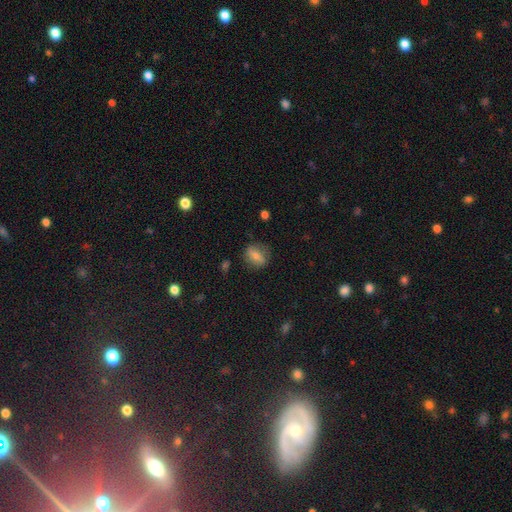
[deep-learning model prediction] smooth 66%, featured or disk 25%, star or artifact 9%. Down the decision tree: how rounded — in between (51%); merging — none (75%).